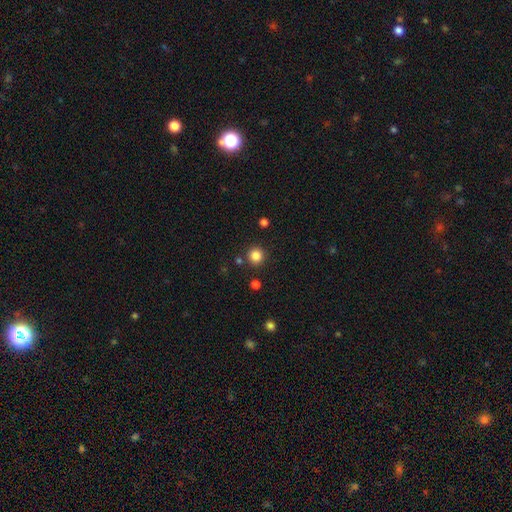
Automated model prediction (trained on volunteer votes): Smooth or featured? smooth (84%)
How rounded? round (94%)
Merging? none (89%)